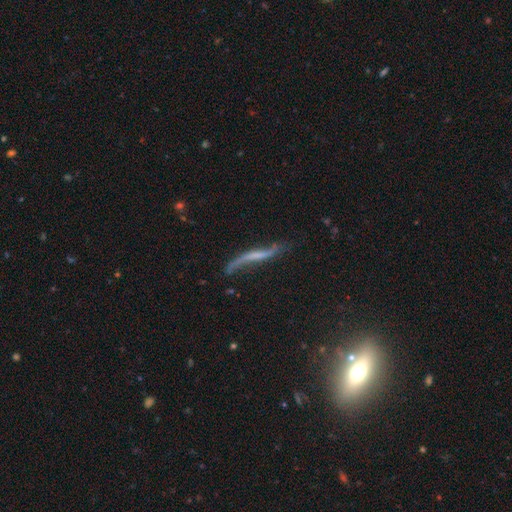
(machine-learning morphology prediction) This is likely a featured or disk galaxy (71%). It is possibly viewed edge-on (52%). Merging: possibly none (50%).